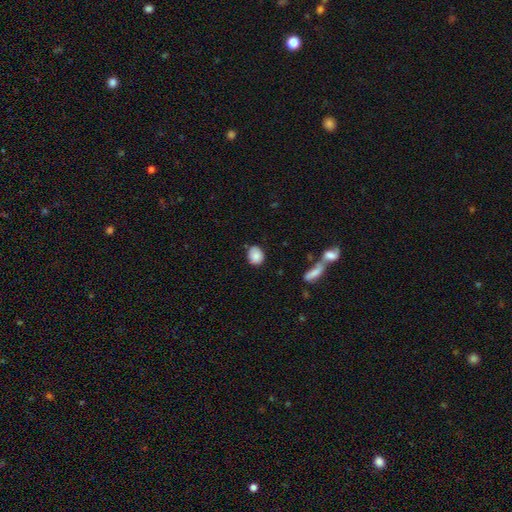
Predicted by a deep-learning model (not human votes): Q: Smooth or featured?
A: smooth (84%); runner-up: star or artifact (8%)
Q: How rounded?
A: round (59%); runner-up: in between (40%)
Q: Merging?
A: none (71%); runner-up: minor disturbance (20%)